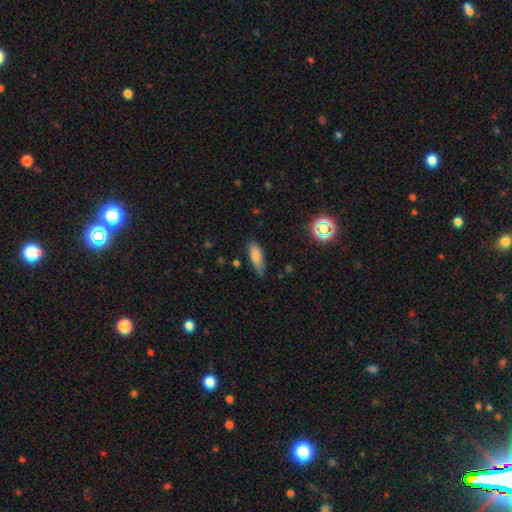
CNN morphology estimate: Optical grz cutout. It shows a smooth galaxy with no disk features (74%) that is in between round and cigar-shaped (61%). Merging: none (69%).